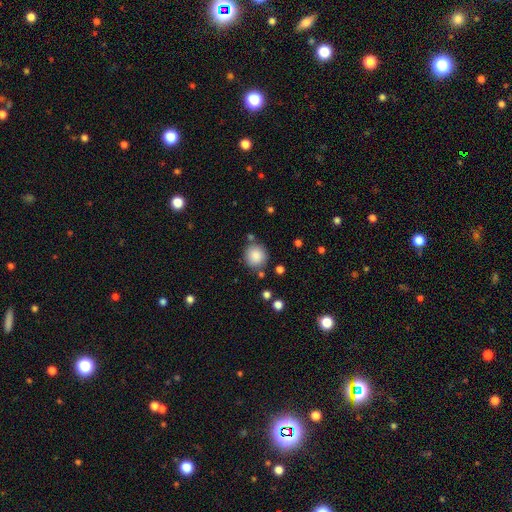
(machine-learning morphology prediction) Q: Smooth or featured?
A: smooth (86%); runner-up: star or artifact (9%)
Q: How rounded?
A: round (92%); runner-up: in between (7%)
Q: Merging?
A: none (82%); runner-up: minor disturbance (10%)